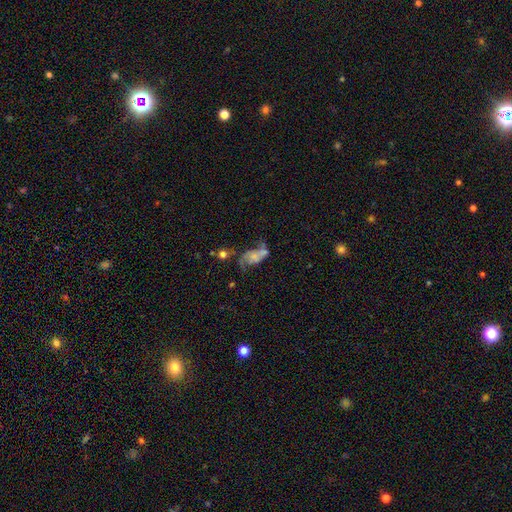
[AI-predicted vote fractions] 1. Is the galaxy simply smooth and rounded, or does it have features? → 57% featured or disk, 31% smooth, 11% star or artifact.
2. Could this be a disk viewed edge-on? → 96% no, 4% yes.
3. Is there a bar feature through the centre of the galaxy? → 74% no, 21% weak, 5% strong.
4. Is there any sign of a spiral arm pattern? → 70% yes, 30% no.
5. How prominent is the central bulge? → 50% small, 25% none, 20% moderate, 3% large, 2% dominant.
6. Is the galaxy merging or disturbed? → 29% major disturbance, 27% none, 23% merger, 20% minor disturbance.